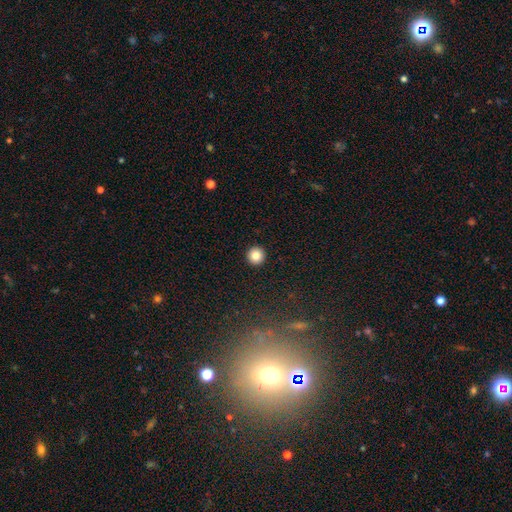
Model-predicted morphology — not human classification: smooth-or-featured: smooth: 84% | star or artifact: 11% | featured or disk: 5%
  how-rounded: round: 96% | in between: 3% | cigar-shaped: 1%
  merging: none: 94% | minor disturbance: 4% | major disturbance: 1% | merger: 1%